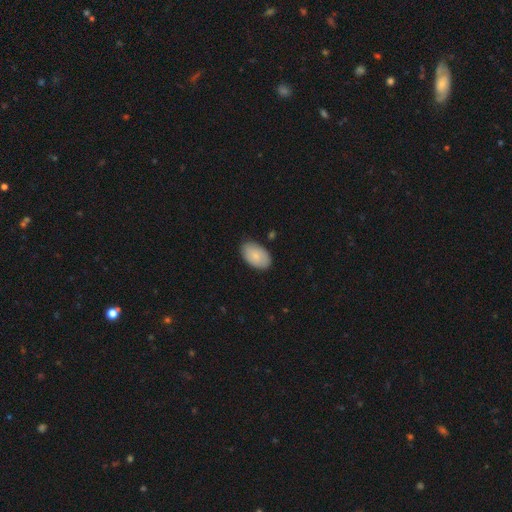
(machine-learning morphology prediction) This appears to be a smooth galaxy with no disk features (81%) that is in between round and cigar-shaped (94%). Merging: none (82%).